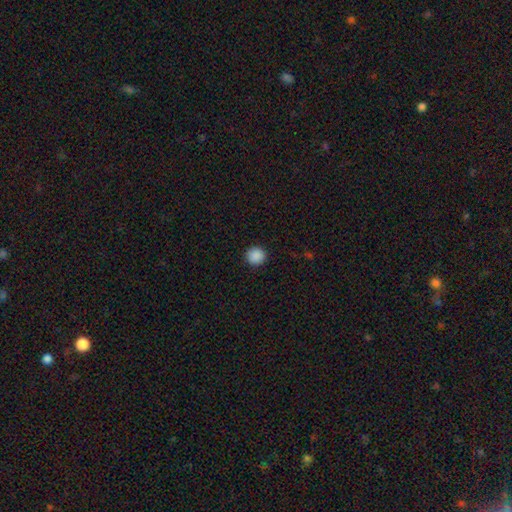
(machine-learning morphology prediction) Smooth or featured? smooth (89%)
How rounded? round (94%)
Merging? none (92%)